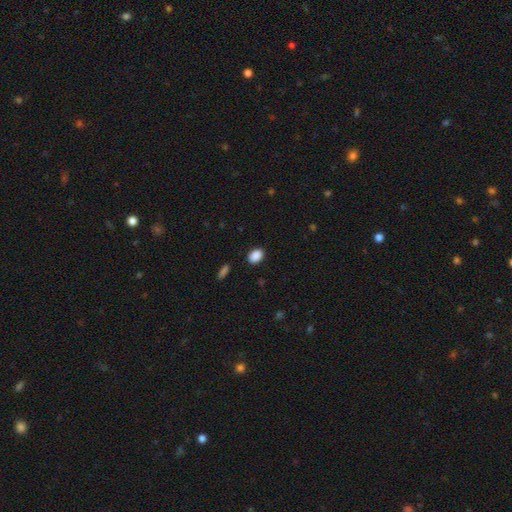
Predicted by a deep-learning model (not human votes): smooth 89%, star or artifact 8%, featured or disk 3%. Down the decision tree: how rounded — in between (74%); merging — none (89%).